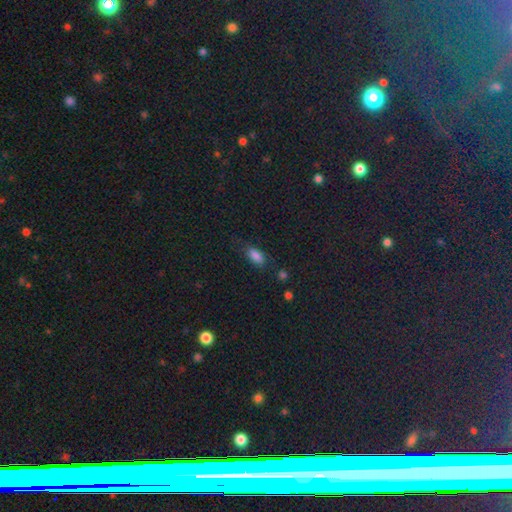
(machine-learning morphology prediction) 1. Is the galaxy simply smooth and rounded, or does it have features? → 79% smooth, 13% star or artifact, 8% featured or disk.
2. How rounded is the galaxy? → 84% in between, 12% cigar-shaped, 4% round.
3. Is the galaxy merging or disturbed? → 67% none, 22% minor disturbance, 8% major disturbance, 3% merger.